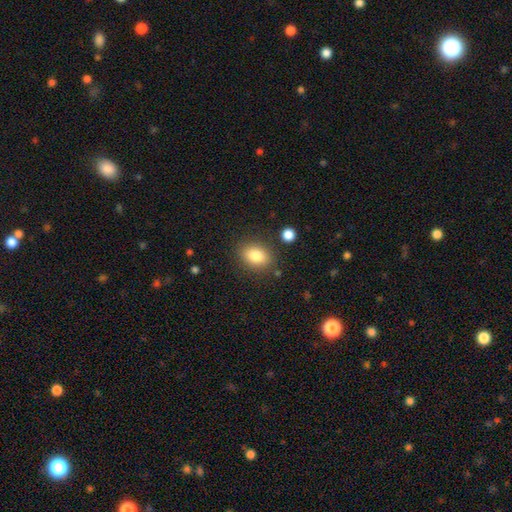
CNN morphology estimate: A smooth galaxy with no disk features (84%) that is in between round and cigar-shaped (74%). Merging: none (83%).